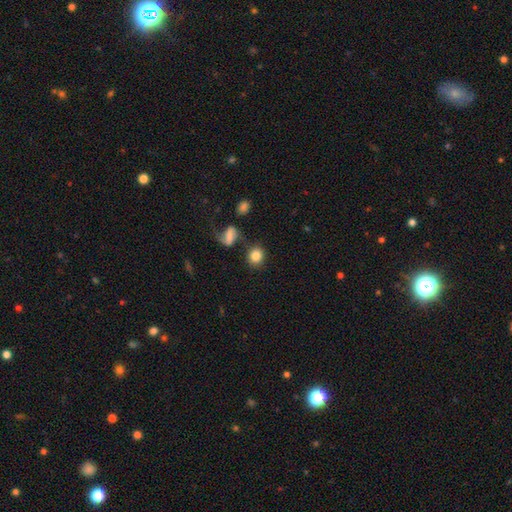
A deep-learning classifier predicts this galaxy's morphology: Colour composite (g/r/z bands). It shows a smooth galaxy with no disk features (81%) that is round (79%). Merging: none (75%).